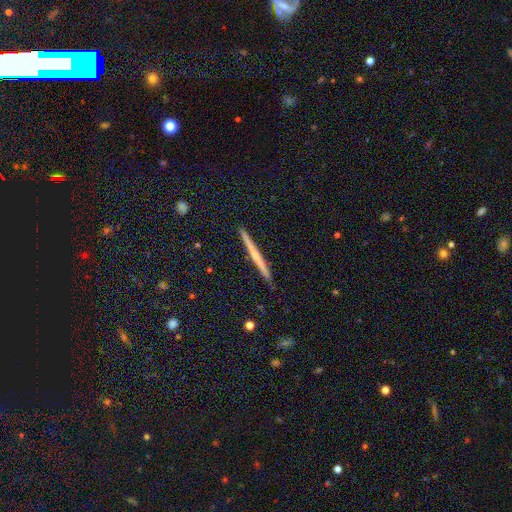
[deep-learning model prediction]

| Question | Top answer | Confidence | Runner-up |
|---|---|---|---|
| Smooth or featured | featured or disk | 55% | smooth (36%) |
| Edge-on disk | yes | 98% | no (2%) |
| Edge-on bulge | none | 62% | rounded (32%) |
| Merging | none | 92% | minor disturbance (6%) |